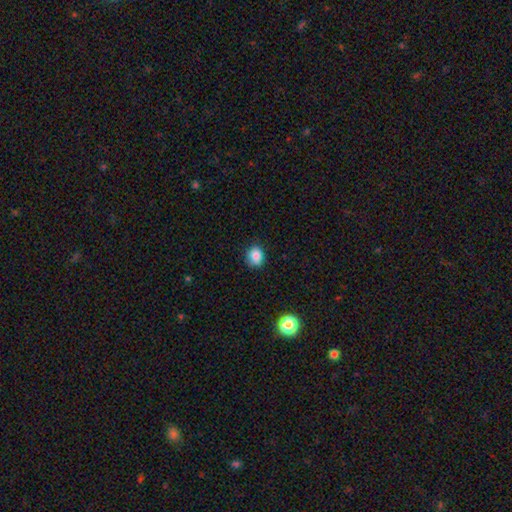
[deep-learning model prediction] Smooth or featured? smooth (84%)
How rounded? round (66%)
Merging? none (76%)